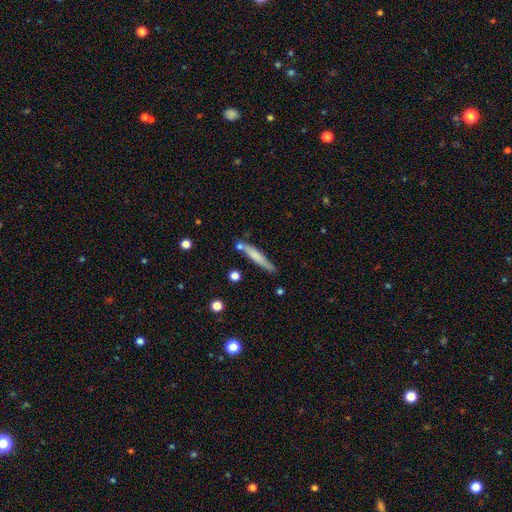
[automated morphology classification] Smooth or featured? smooth (65%)
How rounded? cigar-shaped (93%)
Merging? none (74%)